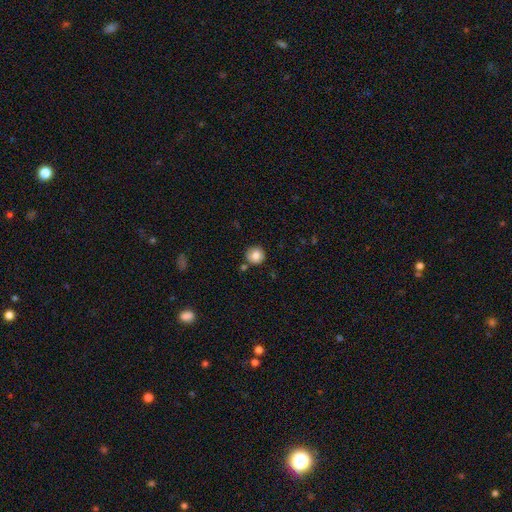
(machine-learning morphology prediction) type=smooth (83%); roundness=round (92%); merging=none (80%).